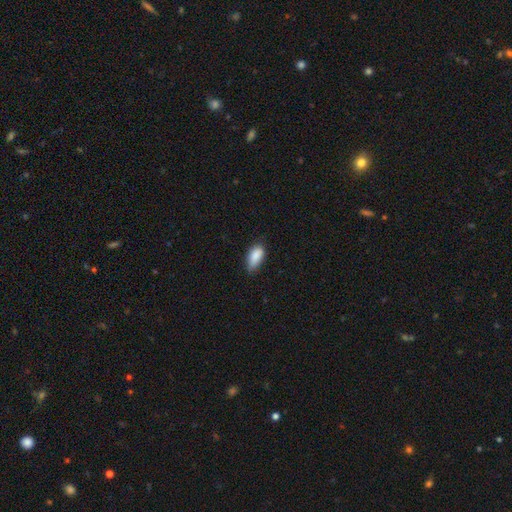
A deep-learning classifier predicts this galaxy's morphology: smooth 86%, star or artifact 7%, featured or disk 6%. Down the decision tree: how rounded — in between (89%); merging — none (60%).